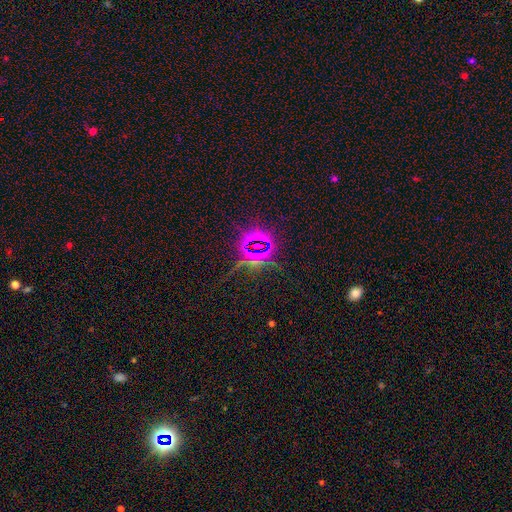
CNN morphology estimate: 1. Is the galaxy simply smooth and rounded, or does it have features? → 81% star or artifact, 11% smooth, 8% featured or disk.